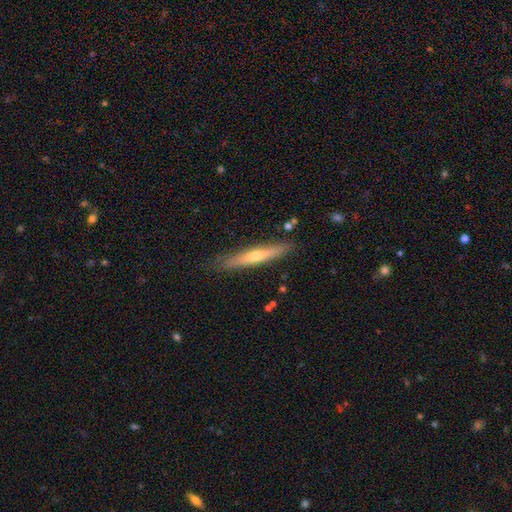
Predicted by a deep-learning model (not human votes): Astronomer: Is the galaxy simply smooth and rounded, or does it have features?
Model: featured or disk — 57% (runner-up: smooth, 36%).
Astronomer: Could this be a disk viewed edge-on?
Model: yes — 93%.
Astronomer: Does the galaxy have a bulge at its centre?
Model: rounded — 76%.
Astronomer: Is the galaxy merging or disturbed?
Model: none — 85%.